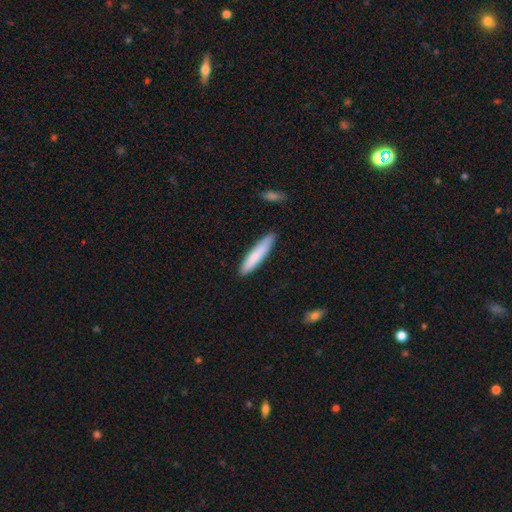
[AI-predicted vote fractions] A smooth galaxy with no disk features (81%) that is cigar-shaped (90%). Merging: none (88%).